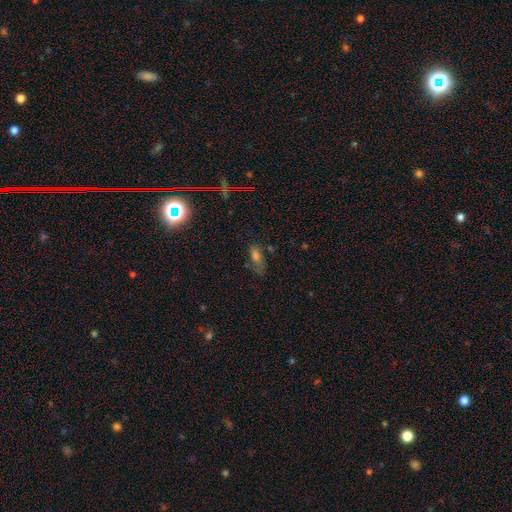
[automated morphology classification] Overall: smooth (53%; star or artifact 29%). How rounded: in between (76%). Merging: none (57%; minor disturbance 25%).